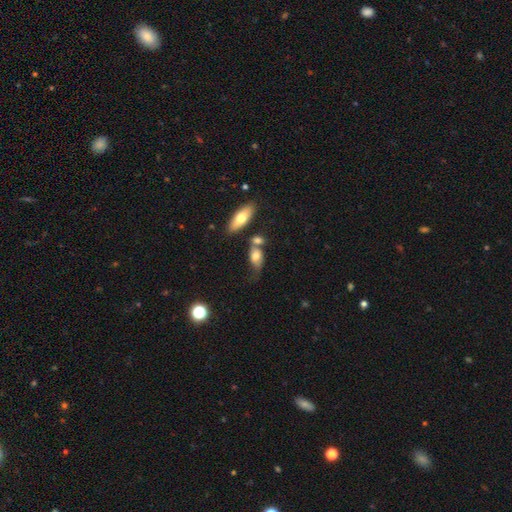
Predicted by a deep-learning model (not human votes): Smooth or featured?
  - smooth: 71% *
  - featured or disk: 21%
  - star or artifact: 8%
How rounded?
  - in between: 82% *
  - round: 11%
  - cigar-shaped: 7%
Merging?
  - none: 38% *
  - merger: 29%
  - minor disturbance: 22%
  - major disturbance: 11%